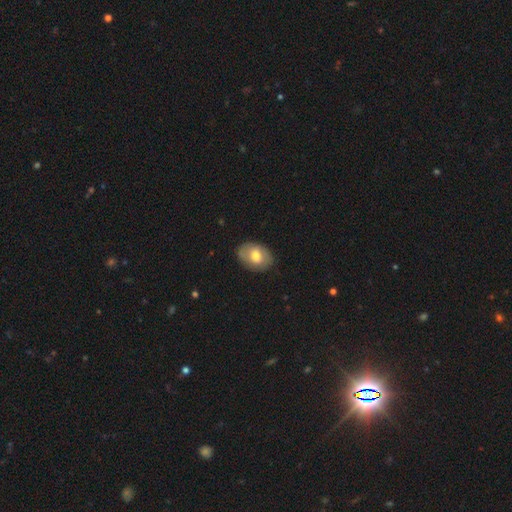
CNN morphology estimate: smooth 61%, featured or disk 32%, star or artifact 7%. Down the decision tree: how rounded — in between (75%); merging — none (81%).